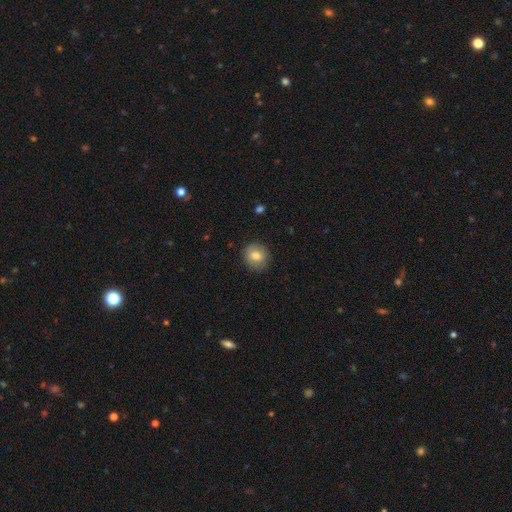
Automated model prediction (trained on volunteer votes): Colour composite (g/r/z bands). It shows a smooth galaxy with no disk features (79%) that is round (83%). Merging: none (86%).